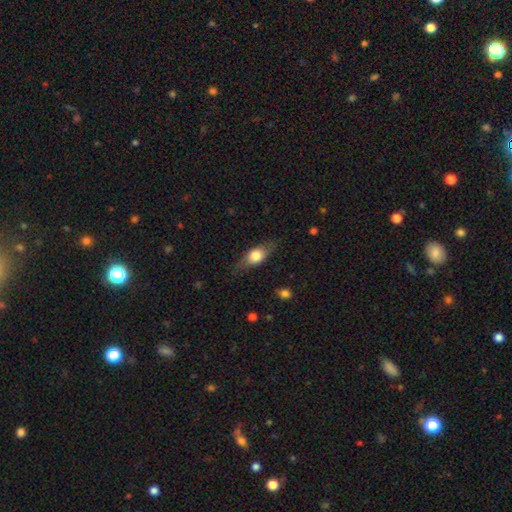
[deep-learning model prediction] The model was most divided on "smooth or featured": smooth: 64%, featured or disk: 30%, star or artifact: 7%. More confident: merging — none (76%); how rounded — in between (71%).